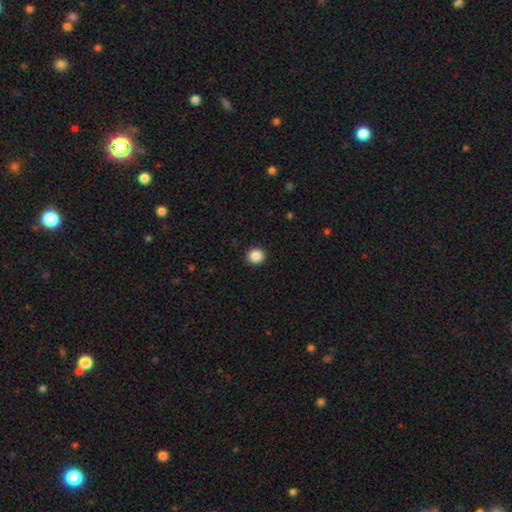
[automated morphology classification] This appears to be a smooth galaxy with no disk features (88%) that is round (92%). Merging: none (93%).